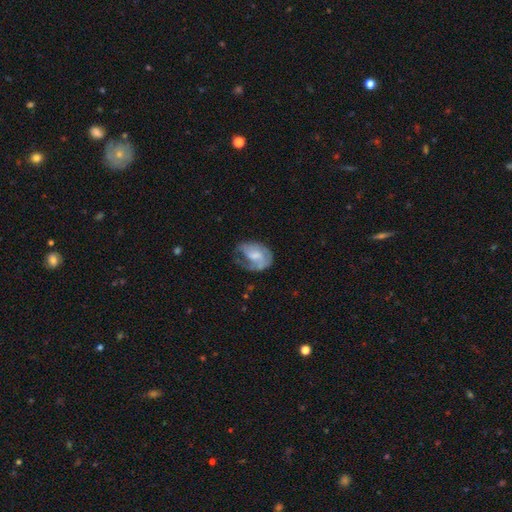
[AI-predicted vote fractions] Smooth or featured: featured or disk — 53% (smooth — 41%)
Edge-on disk: no — 97% (yes — 3%)
Bar: no — 51% (weak — 39%)
Spiral arms: yes — 69% (no — 31%)
Bulge size: moderate — 34% (small — 33%)
Merging: none — 35% (major disturbance — 33%)